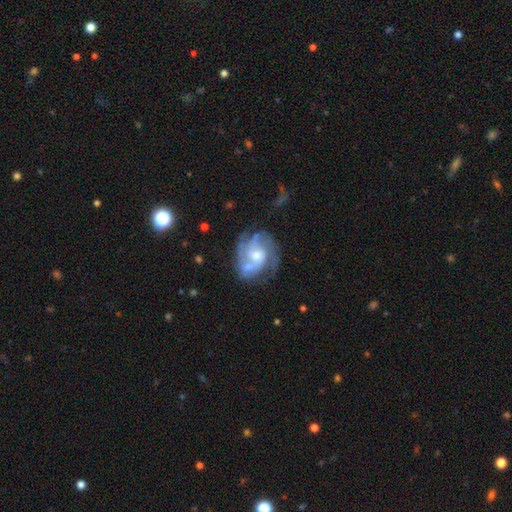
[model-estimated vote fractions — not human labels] Smooth or featured? featured or disk (81%)
Edge-on disk? no (97%)
Bar? no (66%)
Spiral arms? yes (92%)
Spiral winding? medium (44%)
Spiral arm count? 3 (35%)
Bulge size? moderate (59%)
Merging? none (54%)